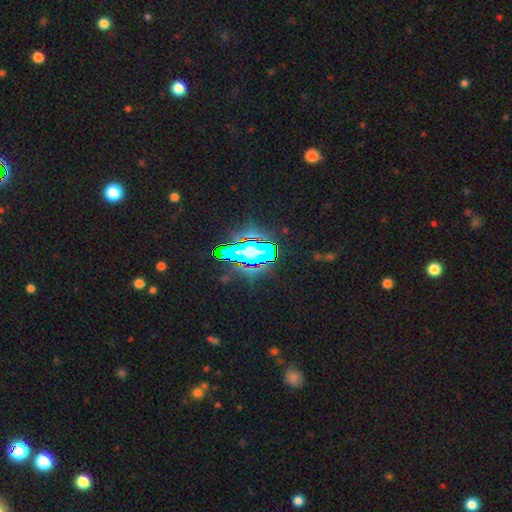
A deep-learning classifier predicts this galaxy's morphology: Smooth or featured? Predicted: star or artifact (p=0.78).